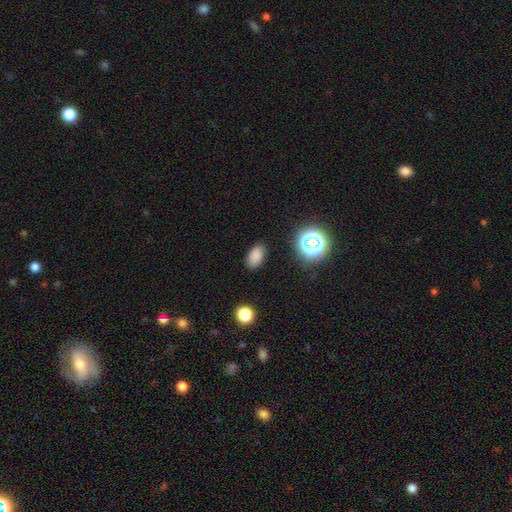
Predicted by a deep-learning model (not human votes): smooth_or_featured: smooth (p=0.82) [alt: star or artifact p=0.13]
how_rounded: in between (p=0.89) [alt: round p=0.09]
merging: none (p=0.86) [alt: minor disturbance p=0.10]